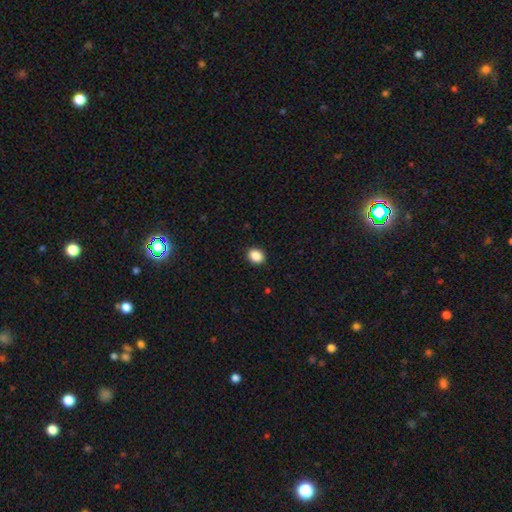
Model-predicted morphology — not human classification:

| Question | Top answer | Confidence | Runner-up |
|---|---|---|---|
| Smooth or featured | smooth | 88% | star or artifact (9%) |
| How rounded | in between | 54% | round (45%) |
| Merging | none | 91% | minor disturbance (7%) |